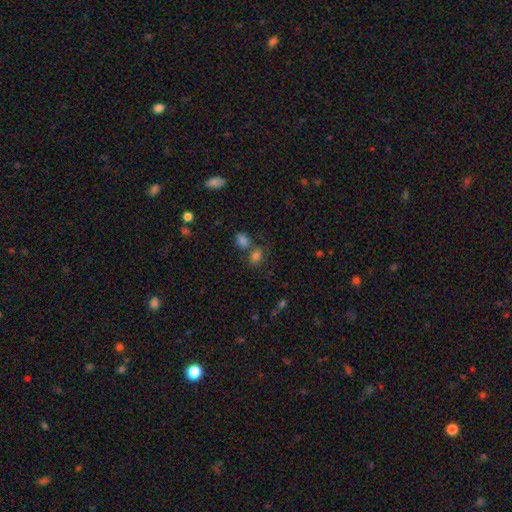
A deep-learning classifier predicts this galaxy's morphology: smooth-or-featured: smooth: 75% | star or artifact: 16% | featured or disk: 9%
  how-rounded: in between: 71% | round: 27% | cigar-shaped: 2%
  merging: none: 51% | merger: 30% | minor disturbance: 13% | major disturbance: 6%